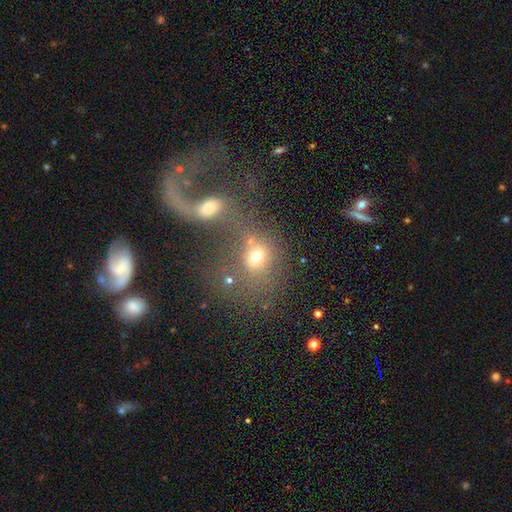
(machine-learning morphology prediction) A smooth galaxy with no disk features (47%).

Vote fractions:
- Smooth or featured? smooth: 47% / featured or disk: 38% / star or artifact: 15%
- Merging? merger: 68% / major disturbance: 13% / none: 13% / minor disturbance: 6%